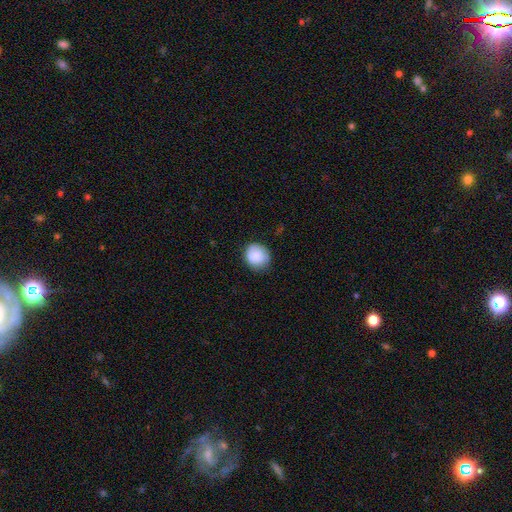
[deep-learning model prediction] A smooth galaxy with no disk features (87%) that is round (82%).

Vote fractions:
- Smooth or featured? smooth: 87% / star or artifact: 7% / featured or disk: 6%
- How rounded? round: 82% / in between: 18% / cigar-shaped: 1%
- Merging? none: 80% / minor disturbance: 16% / major disturbance: 3% / merger: 1%